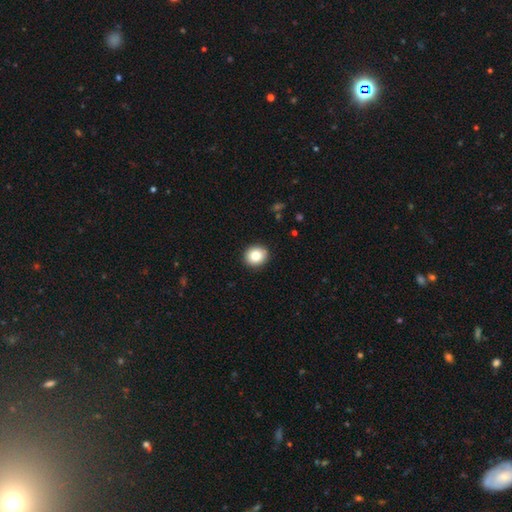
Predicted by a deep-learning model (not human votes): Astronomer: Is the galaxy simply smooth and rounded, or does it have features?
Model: smooth — 84%.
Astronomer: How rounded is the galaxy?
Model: round — 81%.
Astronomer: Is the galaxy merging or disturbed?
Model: none — 91%.